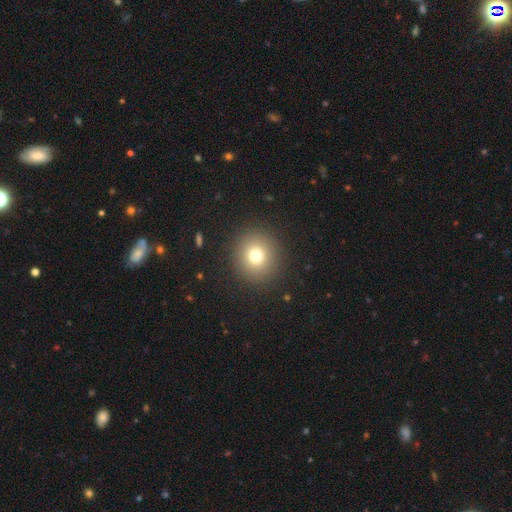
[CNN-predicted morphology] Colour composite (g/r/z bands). It shows a smooth galaxy with no disk features (75%) that is round (92%). Merging: none (91%).